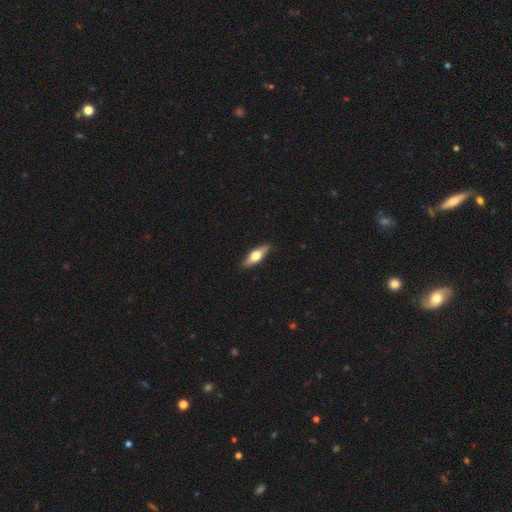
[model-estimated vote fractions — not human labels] featured or disk 52%, smooth 43%, star or artifact 6%. Down the decision tree: edge-on disk — yes (91%); merging — none (88%).